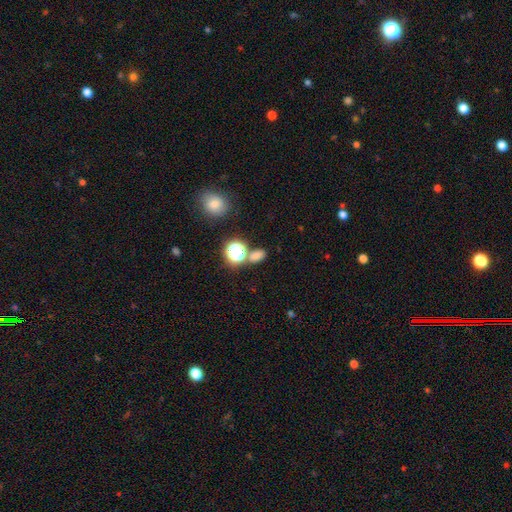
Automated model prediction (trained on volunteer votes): smooth_or_featured: smooth (p=0.69) [alt: star or artifact p=0.25]
how_rounded: in between (p=0.64) [alt: round p=0.34]
merging: none (p=0.69) [alt: merger p=0.16]